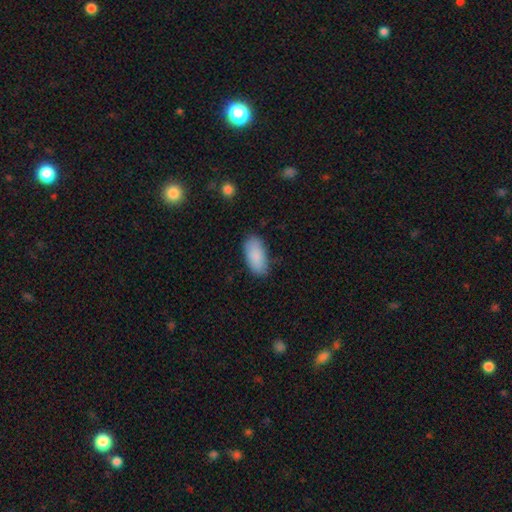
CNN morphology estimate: A smooth galaxy with no disk features (89%) that is in between round and cigar-shaped (92%).

Vote fractions:
- Smooth or featured? smooth: 89% / star or artifact: 6% / featured or disk: 5%
- How rounded? in between: 92% / cigar-shaped: 6% / round: 2%
- Merging? none: 80% / minor disturbance: 15% / major disturbance: 3% / merger: 1%